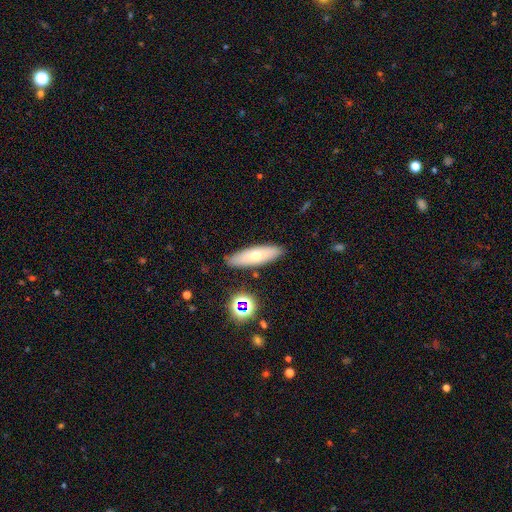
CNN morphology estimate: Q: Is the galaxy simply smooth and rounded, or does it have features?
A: smooth — 58%.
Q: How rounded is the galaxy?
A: cigar-shaped — 58%.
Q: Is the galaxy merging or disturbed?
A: none — 88%.